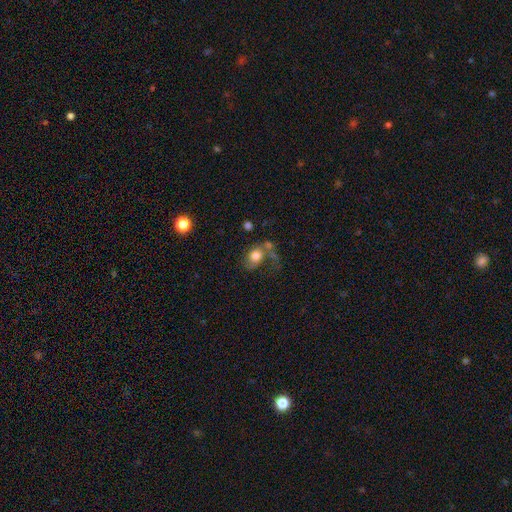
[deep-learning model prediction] smooth-or-featured: smooth: 62% | featured or disk: 28% | star or artifact: 10%
  how-rounded: in between: 50% | round: 48% | cigar-shaped: 1%
  merging: major disturbance: 30% (tied) | none: 30% (tied) | merger: 23% | minor disturbance: 18%